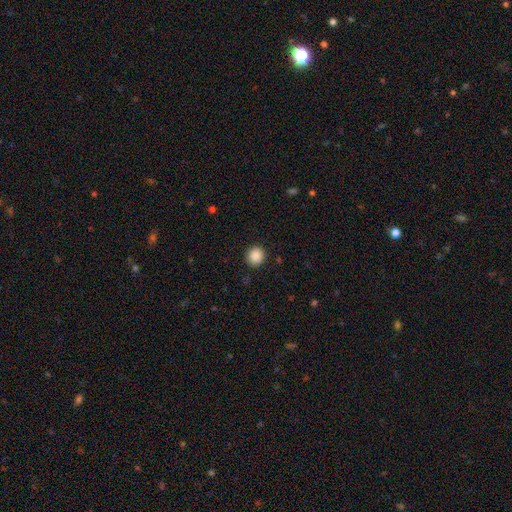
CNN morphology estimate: Smooth or featured: smooth — 88% (star or artifact — 9%)
How rounded: round — 92% (in between — 7%)
Merging: none — 91% (minor disturbance — 6%)